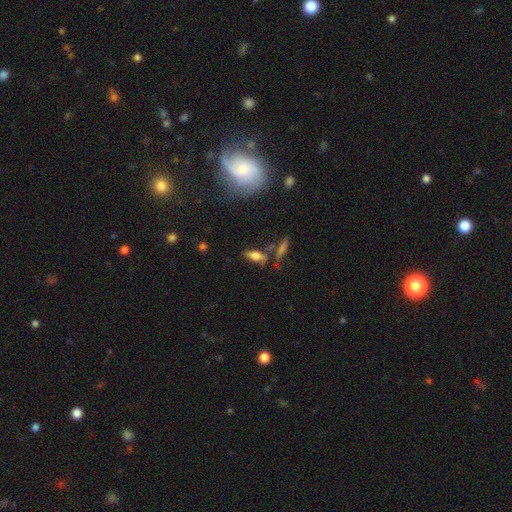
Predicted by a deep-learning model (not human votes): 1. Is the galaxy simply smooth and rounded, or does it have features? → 70% smooth, 19% featured or disk, 11% star or artifact.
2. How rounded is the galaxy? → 74% in between, 22% cigar-shaped, 3% round.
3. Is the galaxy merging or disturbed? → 60% none, 17% minor disturbance, 16% merger, 7% major disturbance.